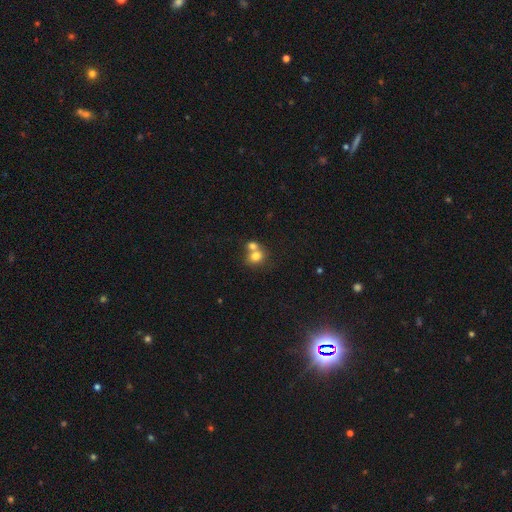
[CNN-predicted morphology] smooth_or_featured: smooth (p=0.77) [alt: featured or disk p=0.13]
how_rounded: round (p=0.67) [alt: in between p=0.32]
merging: merger (p=0.57) [alt: none p=0.33]